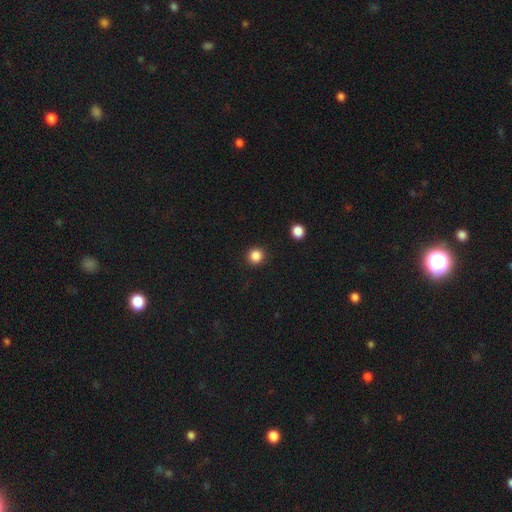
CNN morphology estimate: This is clearly a smooth galaxy (86%). How rounded: clearly round (94%). Merging: clearly none (92%).